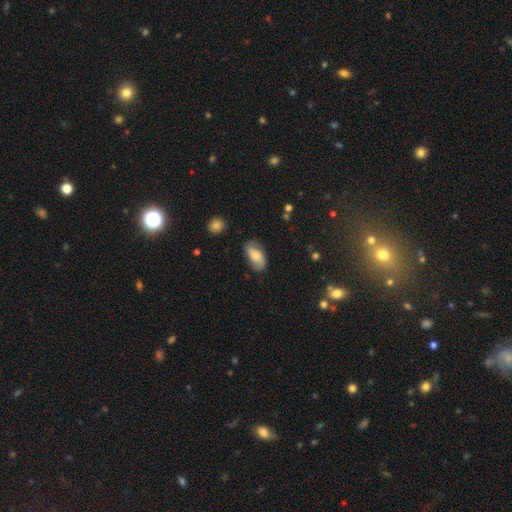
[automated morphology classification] Q: Smooth or featured?
A: smooth (69%); runner-up: featured or disk (24%)
Q: How rounded?
A: in between (92%); runner-up: cigar-shaped (4%)
Q: Merging?
A: none (70%); runner-up: minor disturbance (23%)